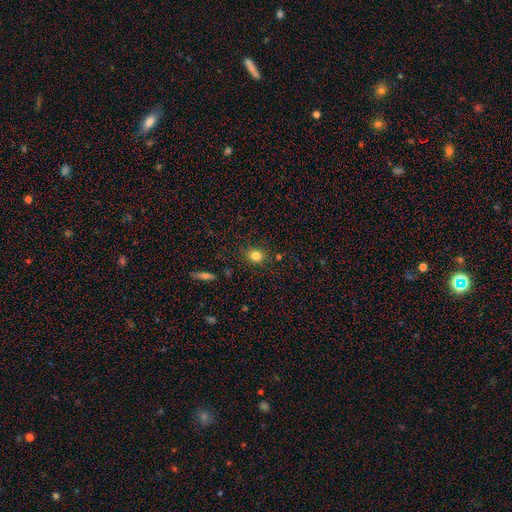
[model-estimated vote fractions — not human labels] Smooth or featured: smooth — 82% (star or artifact — 12%)
How rounded: round — 79% (in between — 20%)
Merging: none — 87% (minor disturbance — 9%)